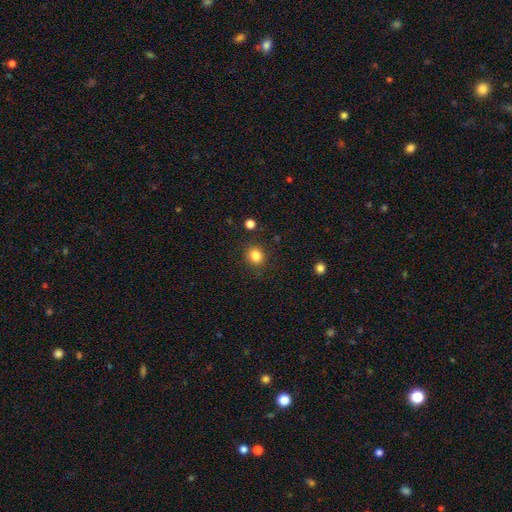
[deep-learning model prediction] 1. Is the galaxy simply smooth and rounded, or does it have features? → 84% smooth, 11% star or artifact, 5% featured or disk.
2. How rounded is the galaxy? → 81% round, 19% in between, 1% cigar-shaped.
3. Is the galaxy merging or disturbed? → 87% none, 8% minor disturbance, 3% major disturbance, 2% merger.